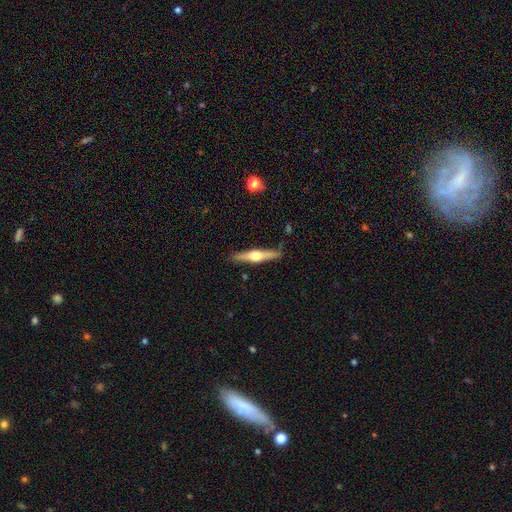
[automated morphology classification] This appears to be a featured or disk galaxy (66%) viewed edge-on (96%) with a rounded central bulge (95%). Merging: none (87%).